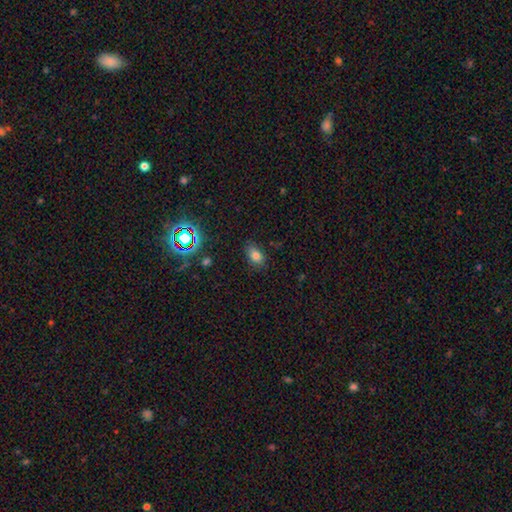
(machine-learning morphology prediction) Smooth or featured: smooth — 77% (star or artifact — 14%)
How rounded: in between — 82% (round — 17%)
Merging: none — 81% (minor disturbance — 14%)